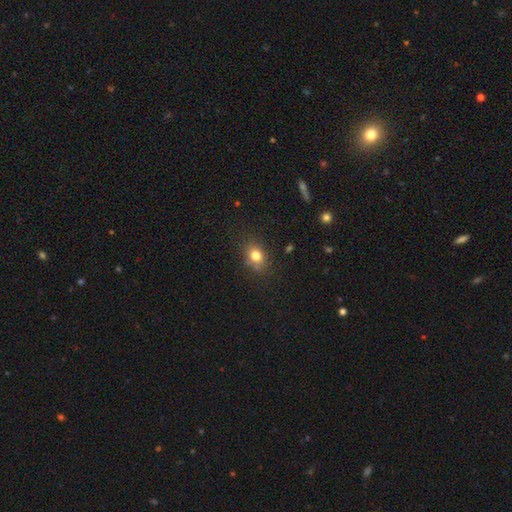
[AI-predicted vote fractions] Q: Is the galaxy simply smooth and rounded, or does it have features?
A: smooth — 78%.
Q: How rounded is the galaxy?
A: round — 53%.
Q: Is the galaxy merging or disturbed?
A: none — 75%.